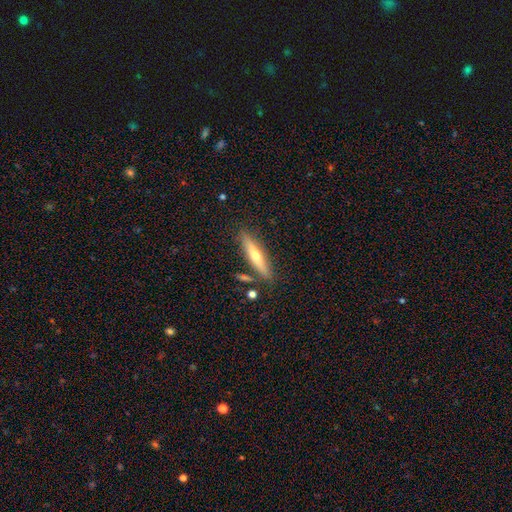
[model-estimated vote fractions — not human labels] The model was most divided on "smooth or featured": featured or disk: 51%, smooth: 42%, star or artifact: 7%. More confident: edge-on disk — yes (90%); merging — none (84%).